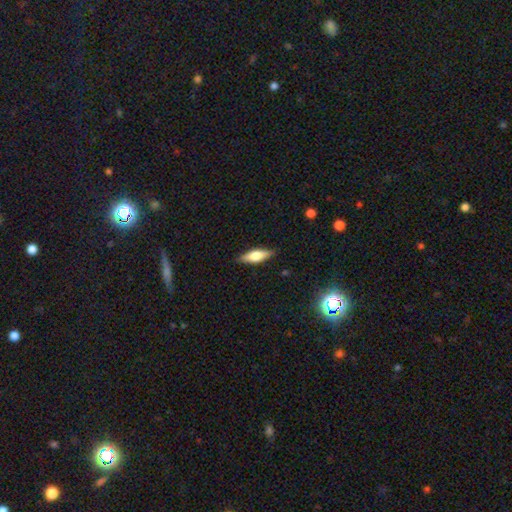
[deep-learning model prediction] Smooth or featured: smooth — 52% (featured or disk — 41%)
How rounded: in between — 56% (cigar-shaped — 41%)
Merging: none — 87% (minor disturbance — 10%)